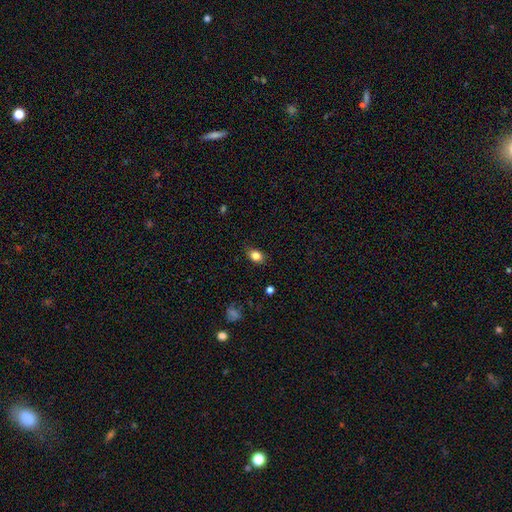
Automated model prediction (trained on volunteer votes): Q: Smooth or featured?
A: smooth (83%); runner-up: star or artifact (10%)
Q: How rounded?
A: in between (70%); runner-up: round (28%)
Q: Merging?
A: none (80%); runner-up: minor disturbance (16%)